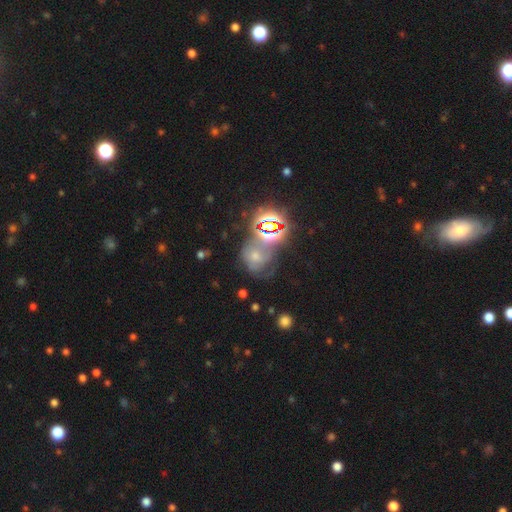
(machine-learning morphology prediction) type=smooth (40%); merging=none (39%).